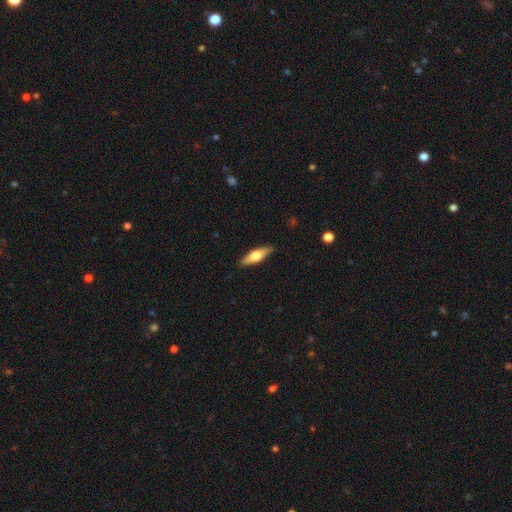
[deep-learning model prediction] Overall: smooth (55%; featured or disk 39%). How rounded: cigar-shaped (51%; in between 47%). Merging: none (87%).